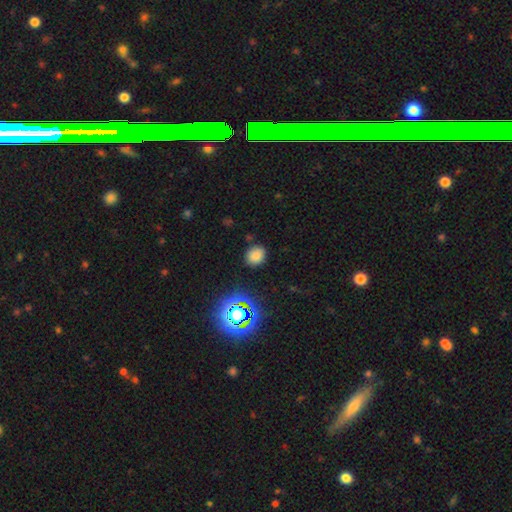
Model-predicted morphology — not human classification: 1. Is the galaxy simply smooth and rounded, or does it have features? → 77% smooth, 17% star or artifact, 6% featured or disk.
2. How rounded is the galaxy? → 65% round, 34% in between, 1% cigar-shaped.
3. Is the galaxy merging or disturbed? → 84% none, 10% minor disturbance, 3% major disturbance, 2% merger.